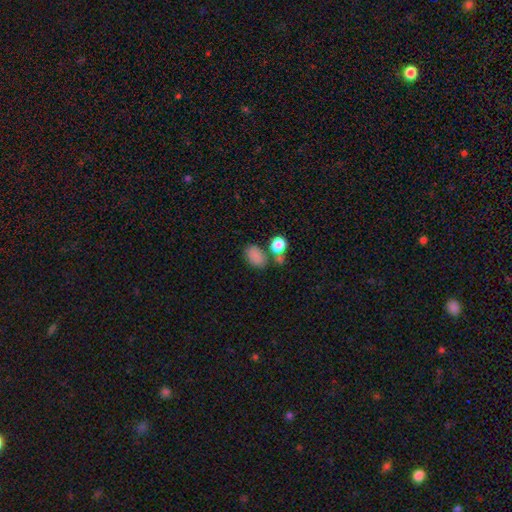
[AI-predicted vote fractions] This appears to be a smooth galaxy with no disk features (83%) that is in between round and cigar-shaped (83%). Merging: none (58%).